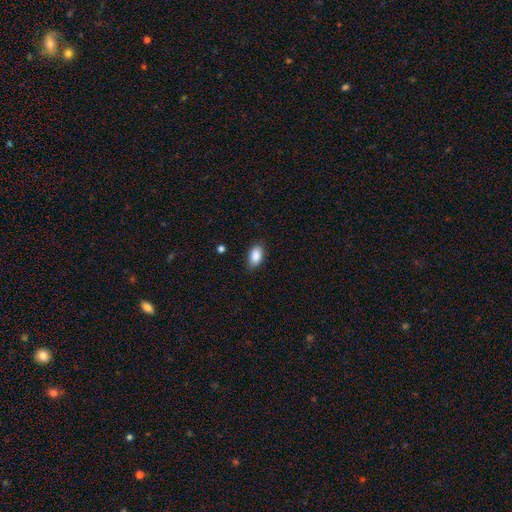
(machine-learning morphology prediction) Smooth or featured? Predicted: smooth (p=0.89). How rounded? Predicted: in between (p=0.92). Merging? Predicted: none (p=0.84).